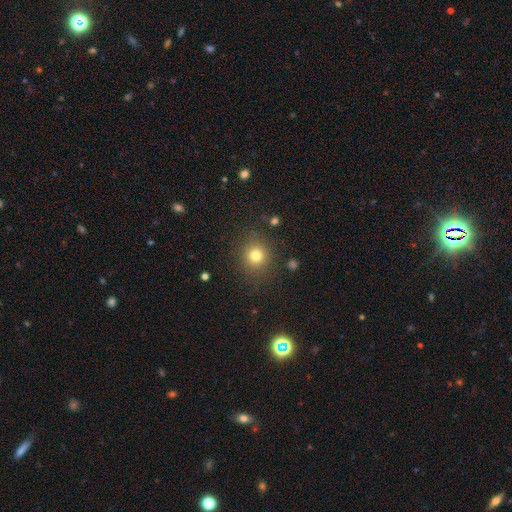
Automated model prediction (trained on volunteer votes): Smooth or featured: smooth — 78% (star or artifact — 14%)
How rounded: round — 90% (in between — 9%)
Merging: none — 87% (minor disturbance — 8%)